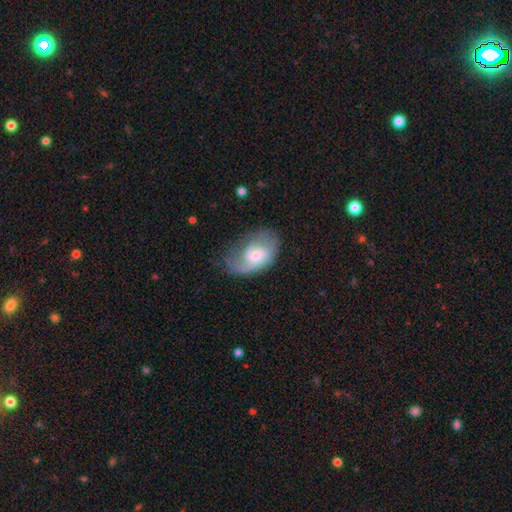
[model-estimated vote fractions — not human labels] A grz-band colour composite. It shows a featured or disk galaxy (61%) with no bar (58%), spiral arms (85%) and a moderate central bulge (45%). Merging: none (48%).